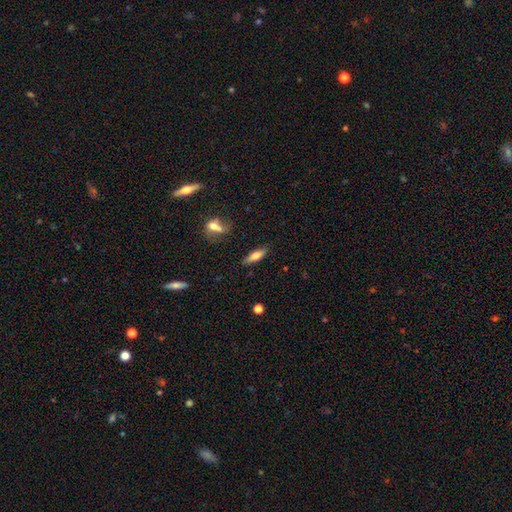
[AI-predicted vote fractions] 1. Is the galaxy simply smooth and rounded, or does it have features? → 64% smooth, 29% featured or disk, 7% star or artifact.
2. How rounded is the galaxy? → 49% in between, 48% cigar-shaped, 3% round.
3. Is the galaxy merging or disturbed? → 83% none, 11% minor disturbance, 3% merger, 3% major disturbance.